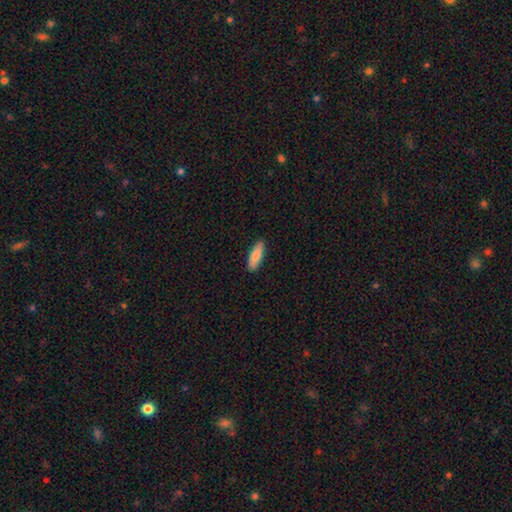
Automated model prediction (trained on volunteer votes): Smooth or featured? Predicted: smooth (p=0.81). How rounded? Predicted: in between (p=0.51). Merging? Predicted: none (p=0.89).